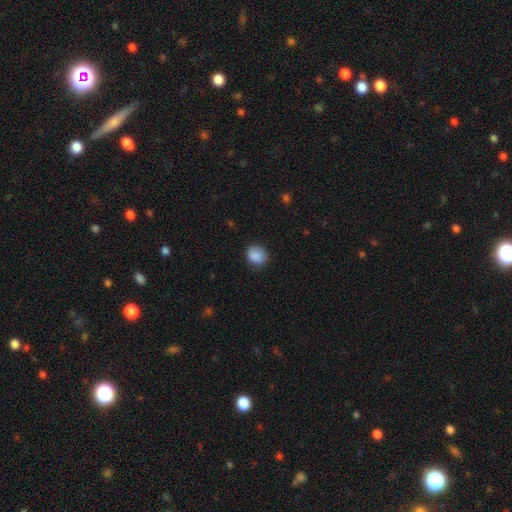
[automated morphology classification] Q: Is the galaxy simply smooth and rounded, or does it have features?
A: smooth — 88%.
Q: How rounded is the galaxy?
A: round — 63%.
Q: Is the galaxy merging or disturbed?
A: none — 80%.